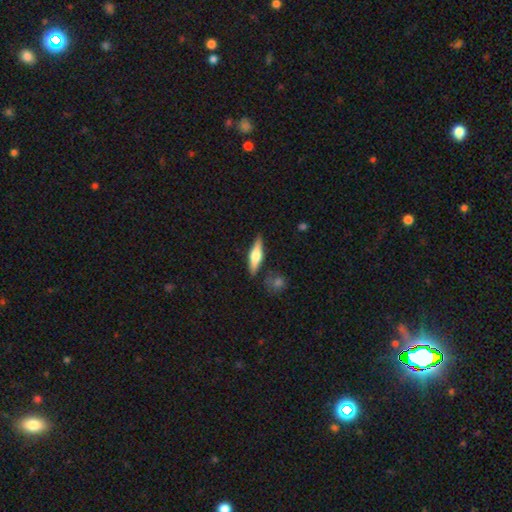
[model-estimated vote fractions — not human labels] Q: Smooth or featured?
A: featured or disk (52%); runner-up: smooth (42%)
Q: Edge-on disk?
A: yes (94%); runner-up: no (6%)
Q: Merging?
A: none (84%); runner-up: minor disturbance (10%)